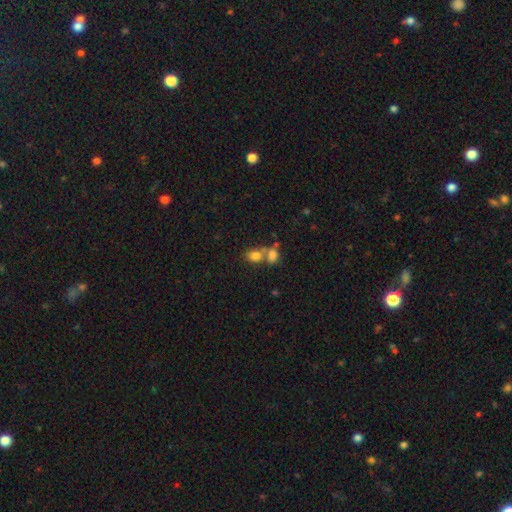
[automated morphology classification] Smooth or featured? Predicted: smooth (p=0.78). How rounded? Predicted: in between (p=0.67). Merging? Predicted: merger (p=0.57).